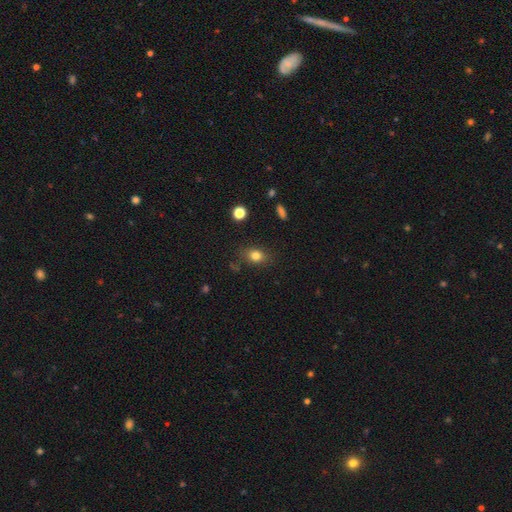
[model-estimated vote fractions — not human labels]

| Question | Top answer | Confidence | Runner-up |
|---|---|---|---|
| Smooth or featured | smooth | 80% | star or artifact (12%) |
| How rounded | in between | 59% | round (39%) |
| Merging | none | 79% | minor disturbance (14%) |